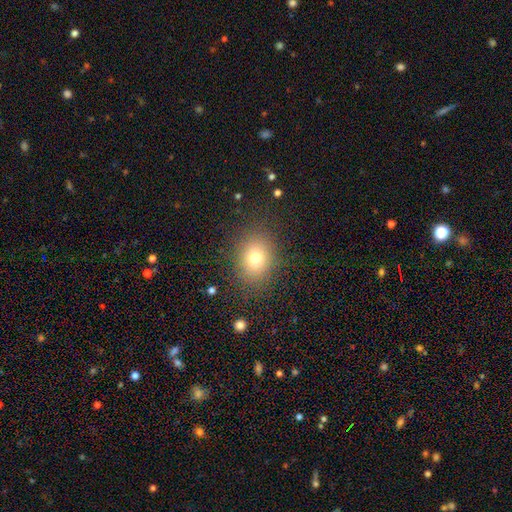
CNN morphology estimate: Overall: smooth (76%). How rounded: round (52%; in between 47%). Merging: none (84%).